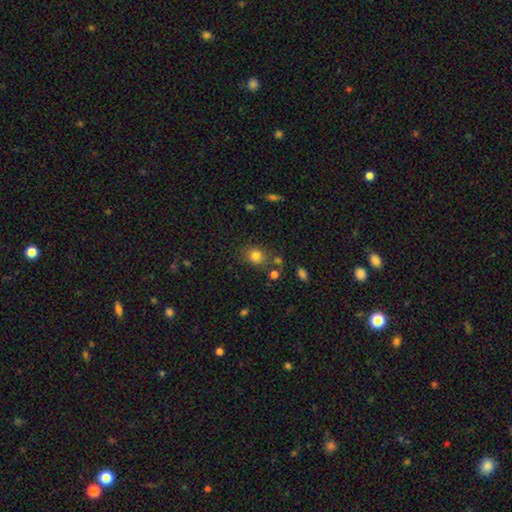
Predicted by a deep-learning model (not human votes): Smooth or featured? Predicted: smooth (p=0.81). How rounded? Predicted: round (p=0.64). Merging? Predicted: none (p=0.75).